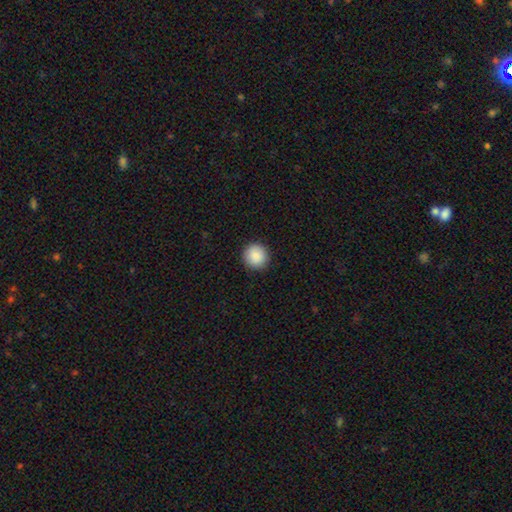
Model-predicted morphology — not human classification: smooth_or_featured: smooth (p=0.89) [alt: star or artifact p=0.08]
how_rounded: round (p=0.95) [alt: in between p=0.04]
merging: none (p=0.93) [alt: minor disturbance p=0.05]